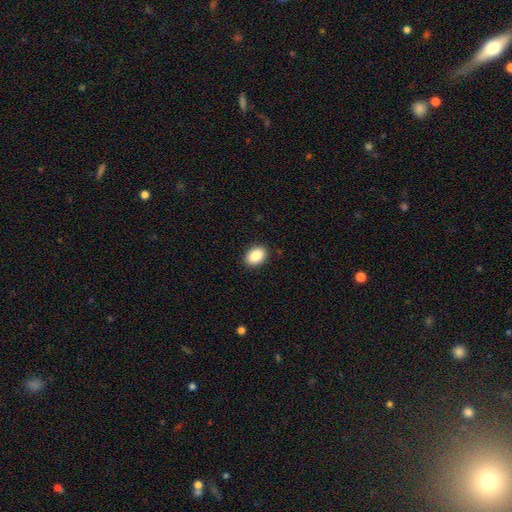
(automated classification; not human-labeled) Morphology: type=smooth (89%); roundness=in between (77%); merging=none (90%).